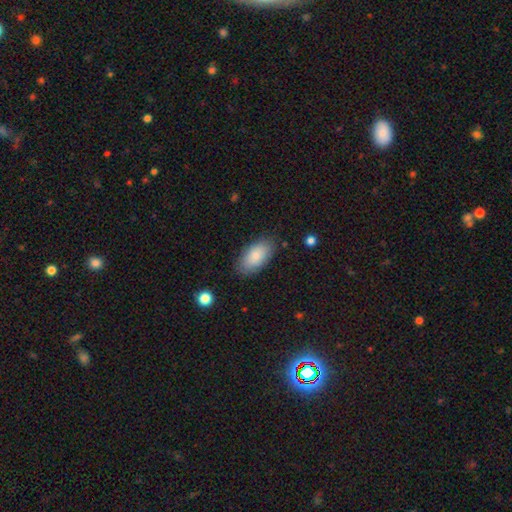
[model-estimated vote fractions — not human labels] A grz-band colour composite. It shows a smooth galaxy with no disk features (85%) that is in between round and cigar-shaped (94%). Merging: none (83%).